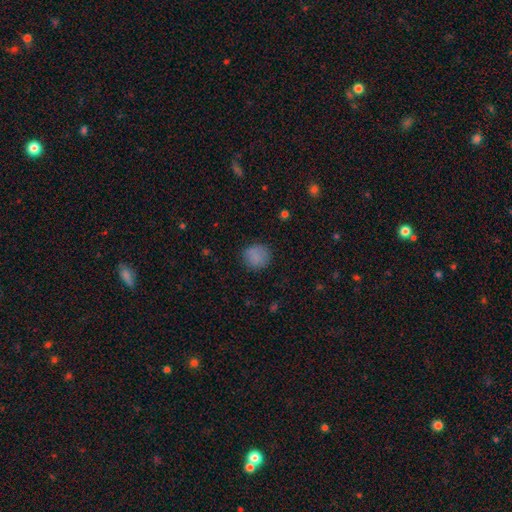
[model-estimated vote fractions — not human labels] A smooth galaxy with no disk features (84%) that is round (89%).

Vote fractions:
- Smooth or featured? smooth: 84% / star or artifact: 10% / featured or disk: 5%
- How rounded? round: 89% / in between: 10% / cigar-shaped: 1%
- Merging? none: 84% / minor disturbance: 11% / major disturbance: 3% / merger: 1%